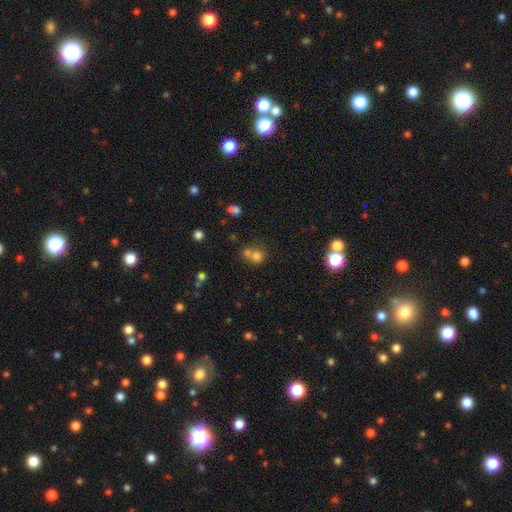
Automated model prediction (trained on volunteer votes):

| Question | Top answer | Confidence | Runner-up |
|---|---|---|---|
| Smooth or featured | smooth | 72% | star or artifact (16%) |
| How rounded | round | 79% | in between (20%) |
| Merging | merger | 50% | none (39%) |